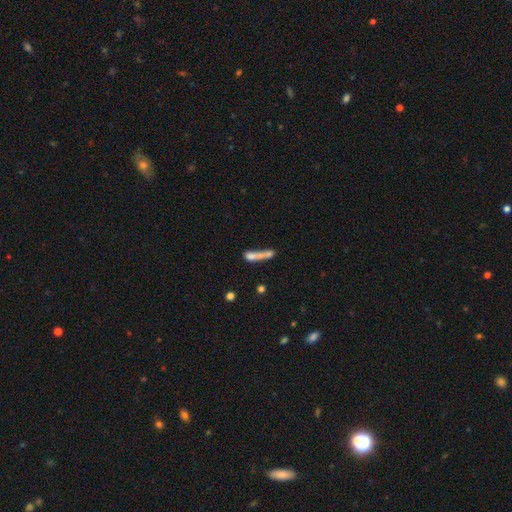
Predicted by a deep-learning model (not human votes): A smooth galaxy with no disk features (60%) that is cigar-shaped (64%). Merging: merger (53%).